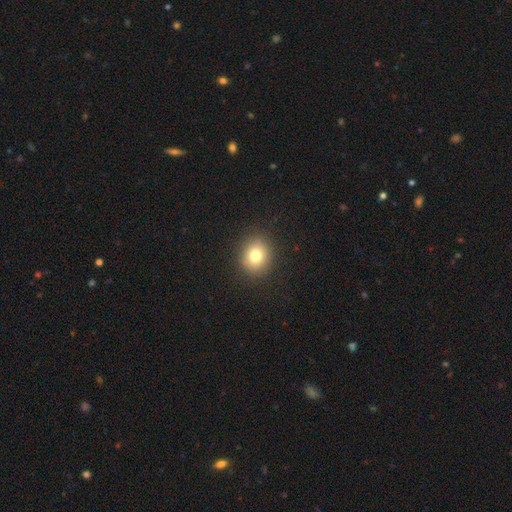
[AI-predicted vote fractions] smooth 78%, star or artifact 12%, featured or disk 10%. Down the decision tree: how rounded — round (76%); merging — none (90%).